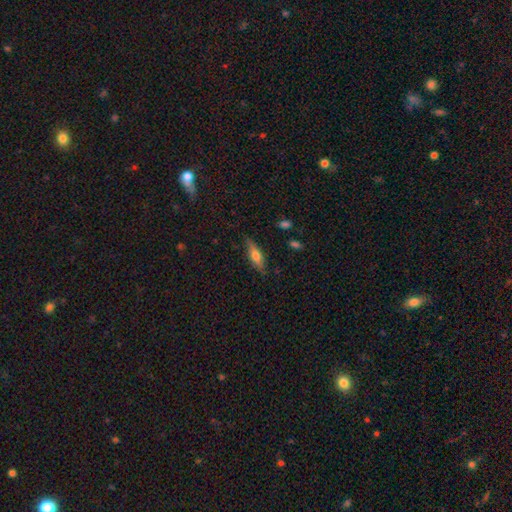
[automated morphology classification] Q: Smooth or featured?
A: smooth (57%); runner-up: featured or disk (36%)
Q: How rounded?
A: cigar-shaped (55%); runner-up: in between (43%)
Q: Merging?
A: none (80%); runner-up: minor disturbance (16%)